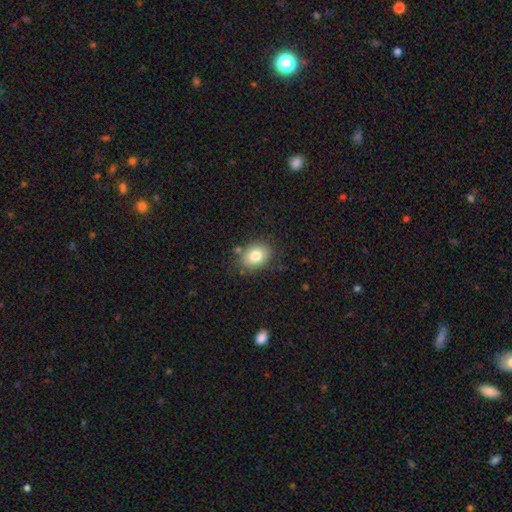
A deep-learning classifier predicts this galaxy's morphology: smooth 80%, featured or disk 11%, star or artifact 9%. Down the decision tree: how rounded — in between (64%); merging — none (81%).